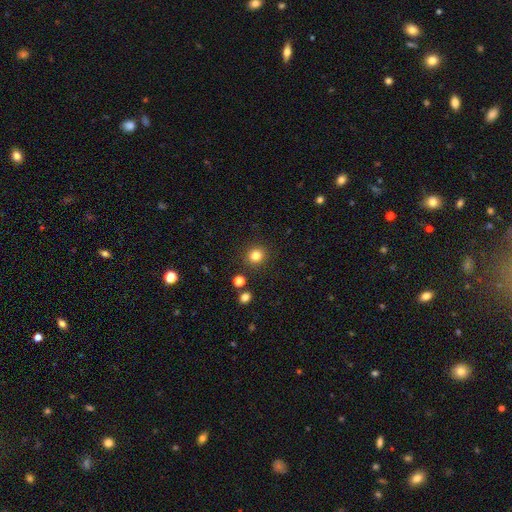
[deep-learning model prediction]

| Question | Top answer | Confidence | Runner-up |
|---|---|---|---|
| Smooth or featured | smooth | 81% | star or artifact (14%) |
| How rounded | round | 90% | in between (9%) |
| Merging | none | 90% | minor disturbance (6%) |